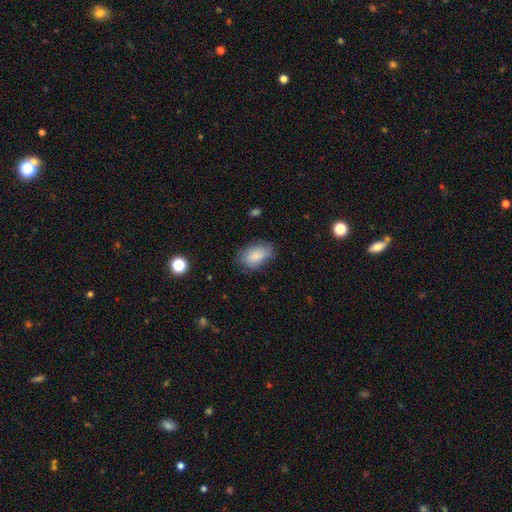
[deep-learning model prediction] This is clearly a smooth galaxy (82%). How rounded: clearly in between (90%). Merging: likely none (69%).